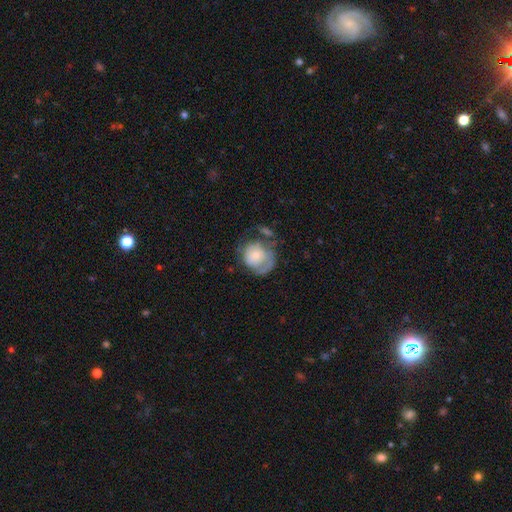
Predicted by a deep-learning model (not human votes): smooth 50%, featured or disk 43%, star or artifact 7%. Down the decision tree: how rounded — round (74%); merging — none (37%).